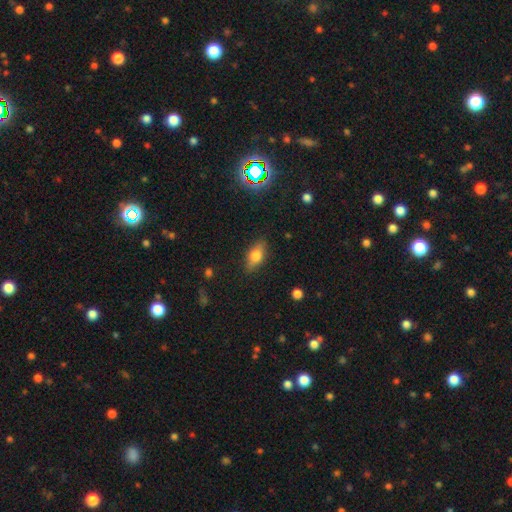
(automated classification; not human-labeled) smooth 70%, featured or disk 20%, star or artifact 10%. Down the decision tree: how rounded — in between (82%); merging — none (84%).